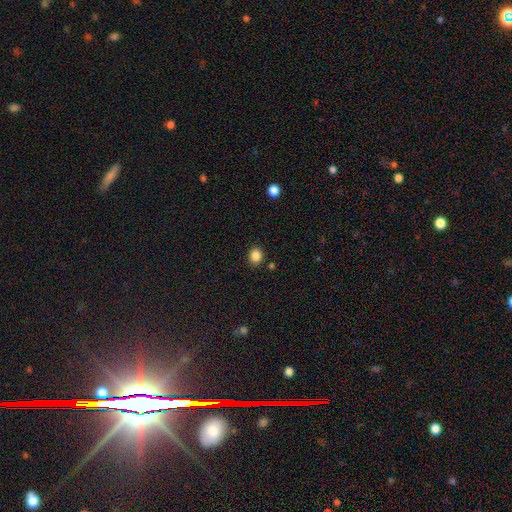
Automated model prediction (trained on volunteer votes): smooth-or-featured: smooth: 85% | star or artifact: 11% | featured or disk: 4%
  how-rounded: round: 64% | in between: 35% | cigar-shaped: 1%
  merging: none: 88% | minor disturbance: 7% | merger: 3% | major disturbance: 2%